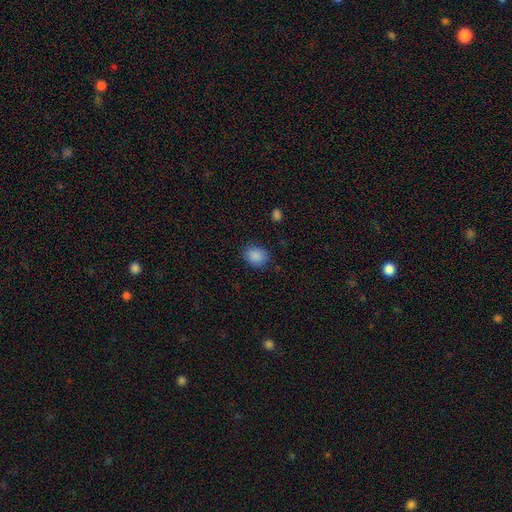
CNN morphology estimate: smooth_or_featured: smooth (p=0.88) [alt: star or artifact p=0.08]
how_rounded: in between (p=0.51) [alt: round p=0.48]
merging: none (p=0.83) [alt: minor disturbance p=0.13]